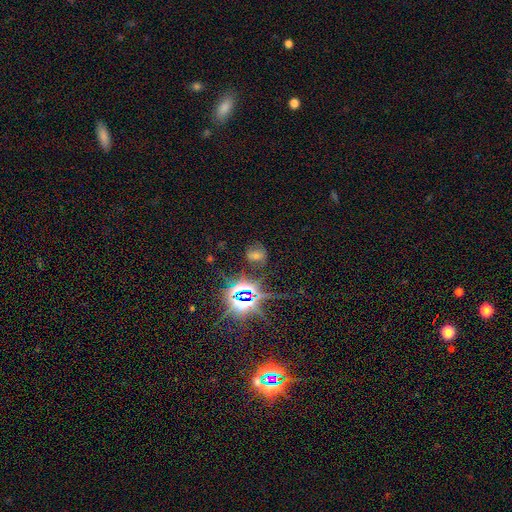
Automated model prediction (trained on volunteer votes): Morphology: type=star or artifact (59%).